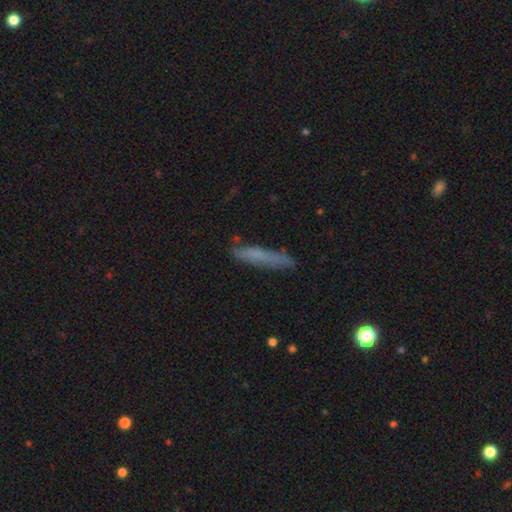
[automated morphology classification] The model was most divided on "smooth or featured": smooth: 57%, featured or disk: 31%, star or artifact: 13%. More confident: how rounded — cigar-shaped (89%); merging — none (76%).